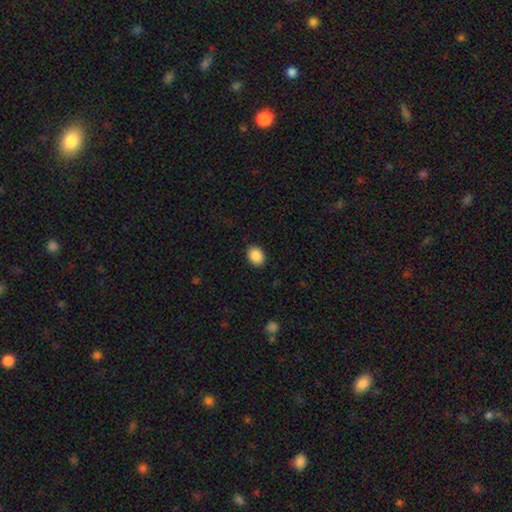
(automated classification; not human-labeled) The model was most divided on "how rounded": in between: 67%, round: 32%, cigar-shaped: 1%. More confident: merging — none (89%); smooth or featured — smooth (89%).